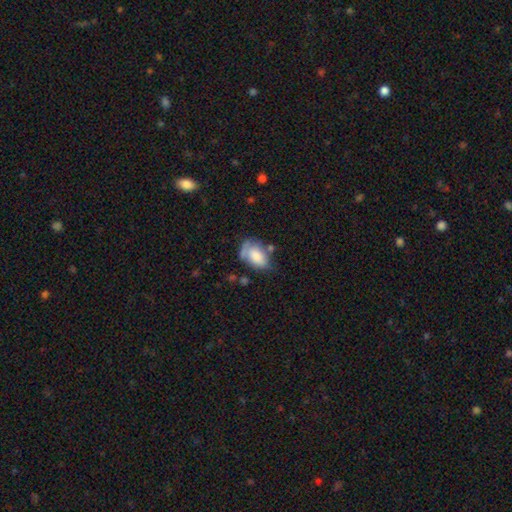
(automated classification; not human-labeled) This appears to be a smooth galaxy with no disk features (74%) that is in between round and cigar-shaped (87%). Merging: none (42%).